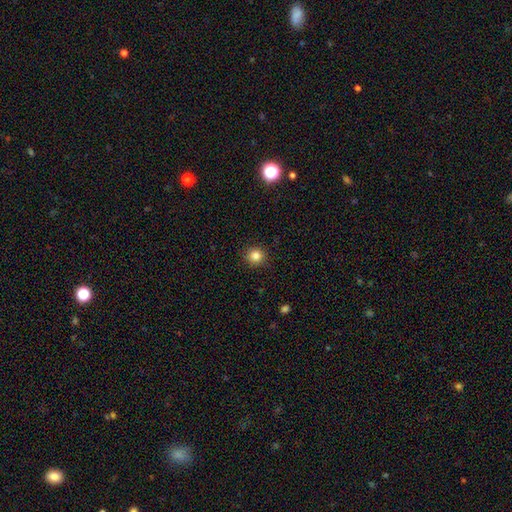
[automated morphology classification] smooth 83%, star or artifact 12%, featured or disk 5%. Down the decision tree: how rounded — round (92%); merging — none (90%).